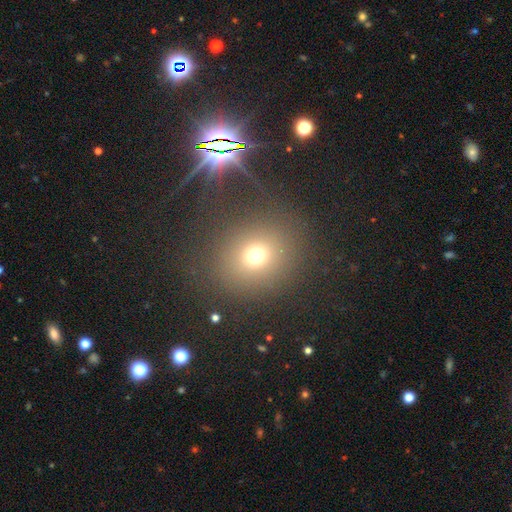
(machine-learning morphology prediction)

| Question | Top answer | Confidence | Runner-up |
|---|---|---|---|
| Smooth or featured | smooth | 70% | star or artifact (20%) |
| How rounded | round | 75% | in between (24%) |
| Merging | none | 80% | minor disturbance (9%) |